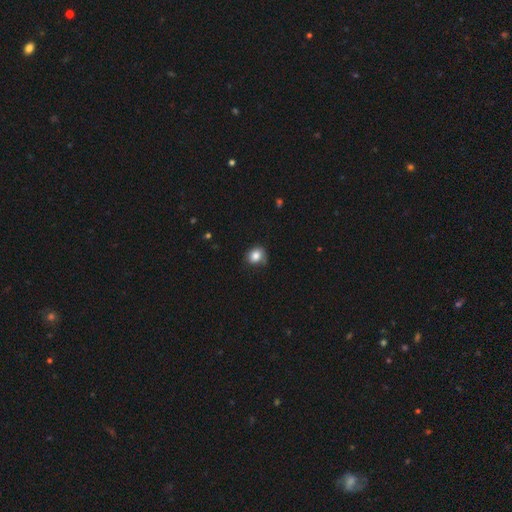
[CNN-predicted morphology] type=smooth (83%); roundness=round (66%); merging=none (66%).